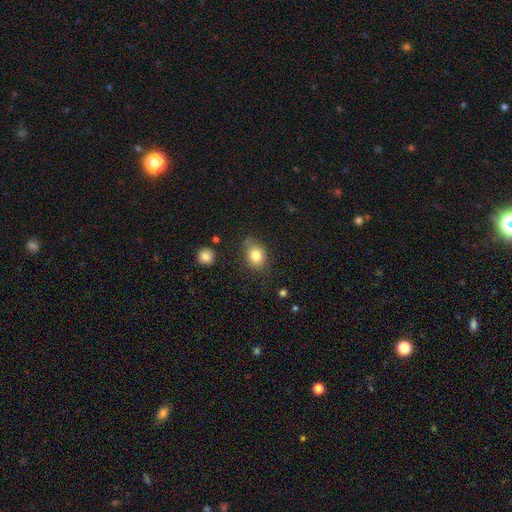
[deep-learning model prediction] Morphology: type=smooth (81%); roundness=in between (52%); merging=none (69%).